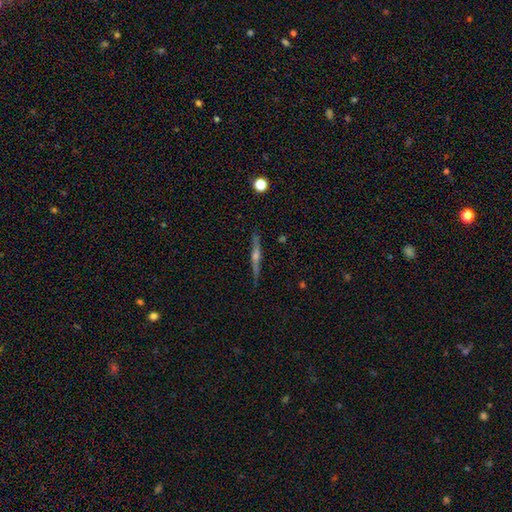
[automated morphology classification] Q: Smooth or featured?
A: featured or disk (80%); runner-up: smooth (13%)
Q: Edge-on disk?
A: yes (98%); runner-up: no (2%)
Q: Edge-on bulge?
A: rounded (84%); runner-up: boxy (8%)
Q: Merging?
A: none (90%); runner-up: minor disturbance (7%)